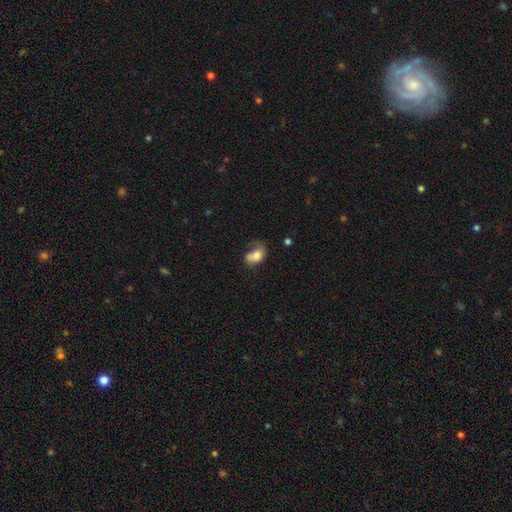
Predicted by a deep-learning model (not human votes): smooth 73%, featured or disk 18%, star or artifact 10%. Down the decision tree: how rounded — in between (78%); merging — major disturbance (28%).